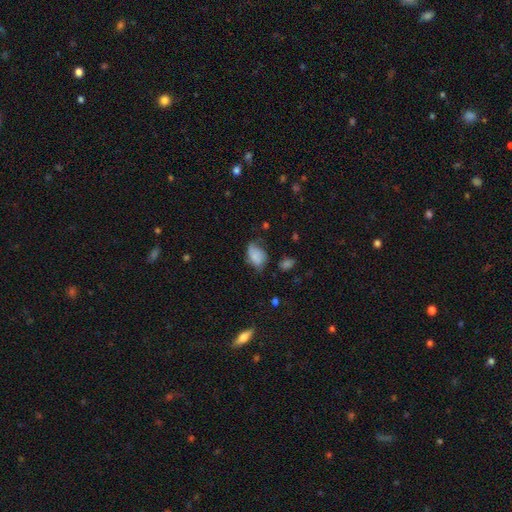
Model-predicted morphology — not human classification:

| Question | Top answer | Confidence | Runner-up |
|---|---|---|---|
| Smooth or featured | smooth | 64% | featured or disk (27%) |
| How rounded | in between | 83% | round (16%) |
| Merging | none | 39% | minor disturbance (37%) |